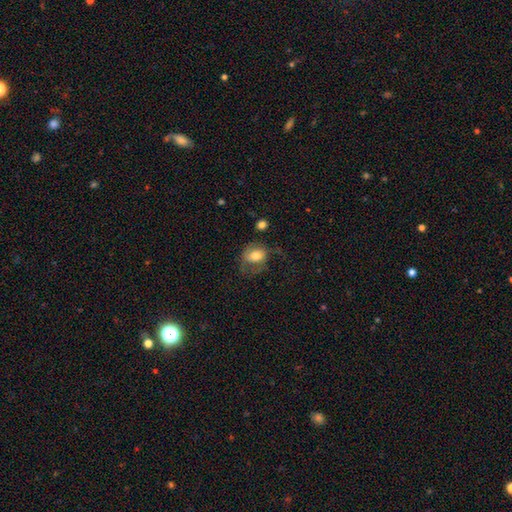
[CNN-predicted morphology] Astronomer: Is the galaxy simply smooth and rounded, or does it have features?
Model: smooth — 60%.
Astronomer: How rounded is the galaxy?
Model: round — 50% (runner-up: in between, 49%).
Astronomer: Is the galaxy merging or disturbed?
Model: none — 40% (runner-up: major disturbance, 33%).